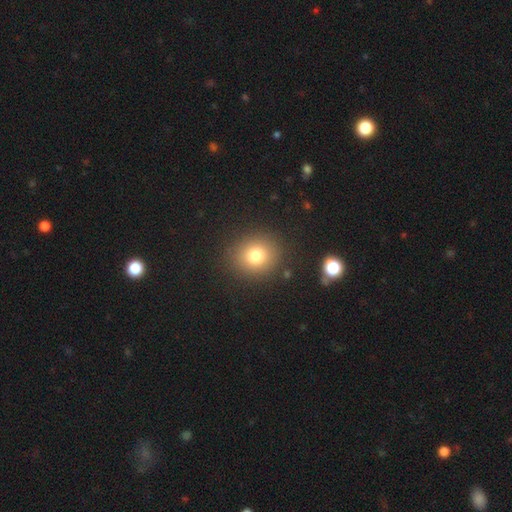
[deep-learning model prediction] smooth_or_featured: smooth (p=0.78) [alt: star or artifact p=0.13]
how_rounded: round (p=0.80) [alt: in between p=0.19]
merging: none (p=0.88) [alt: minor disturbance p=0.07]